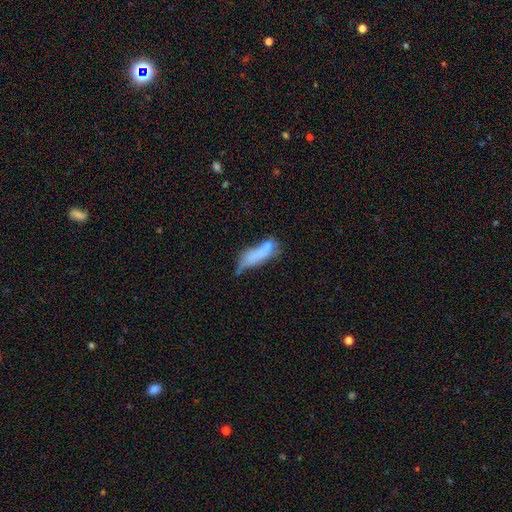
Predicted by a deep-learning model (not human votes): Q: Smooth or featured?
A: smooth (64%); runner-up: featured or disk (27%)
Q: How rounded?
A: cigar-shaped (55%); runner-up: in between (42%)
Q: Merging?
A: merger (30%); runner-up: none (26%)